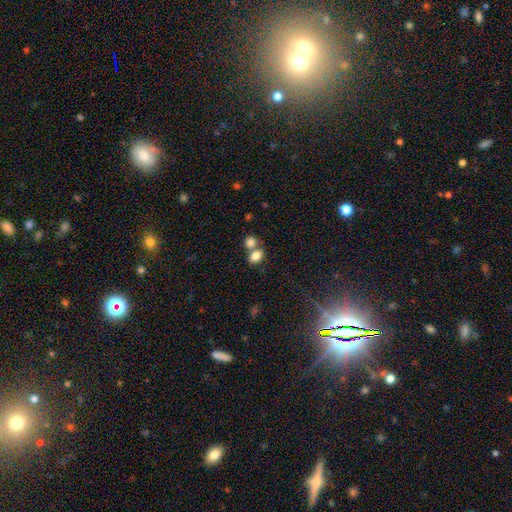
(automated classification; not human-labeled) A smooth galaxy with no disk features (81%) that is in between round and cigar-shaped (61%).

Vote fractions:
- Smooth or featured? smooth: 81% / star or artifact: 10% / featured or disk: 9%
- How rounded? in between: 61% / round: 38% / cigar-shaped: 1%
- Merging? merger: 47% / none: 42% / minor disturbance: 8% / major disturbance: 3%